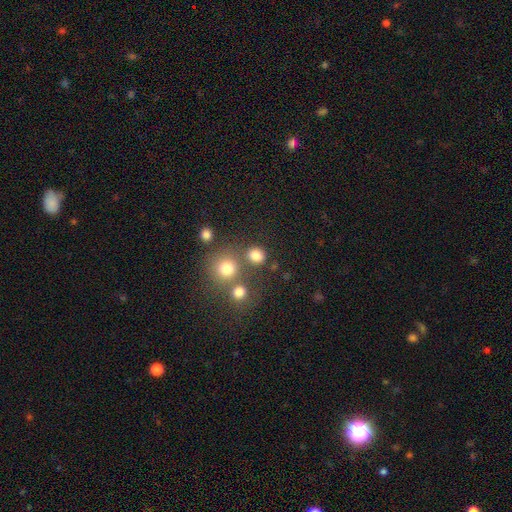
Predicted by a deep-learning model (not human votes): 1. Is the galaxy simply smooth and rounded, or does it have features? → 81% smooth, 14% star or artifact, 5% featured or disk.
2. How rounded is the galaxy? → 77% round, 22% in between, 1% cigar-shaped.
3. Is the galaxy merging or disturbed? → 72% none, 15% merger, 9% minor disturbance, 5% major disturbance.